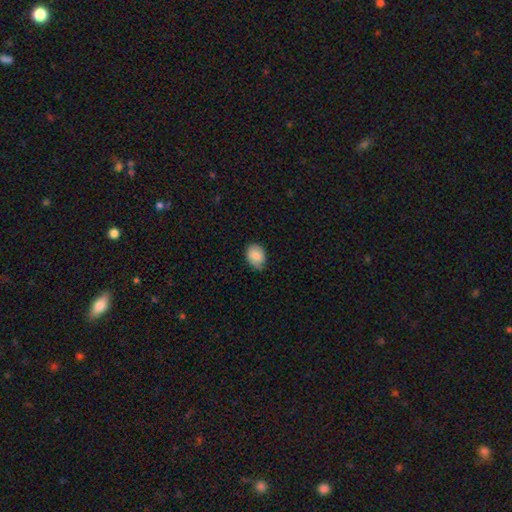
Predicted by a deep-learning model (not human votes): Morphology: type=smooth (81%); roundness=in between (69%); merging=none (70%).